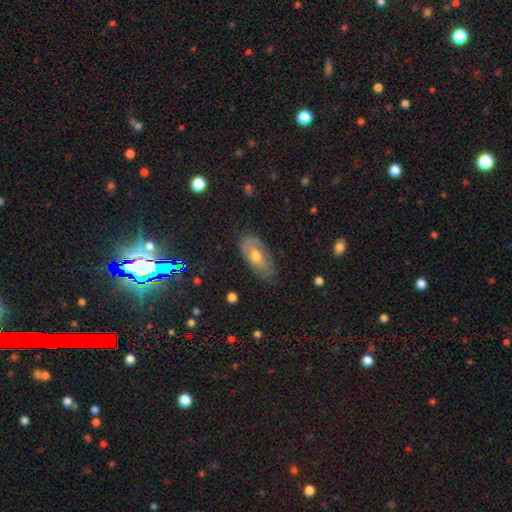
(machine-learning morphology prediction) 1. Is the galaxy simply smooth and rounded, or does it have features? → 45% smooth, 41% featured or disk, 15% star or artifact.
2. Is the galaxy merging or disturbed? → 67% none, 25% minor disturbance, 7% major disturbance, 2% merger.